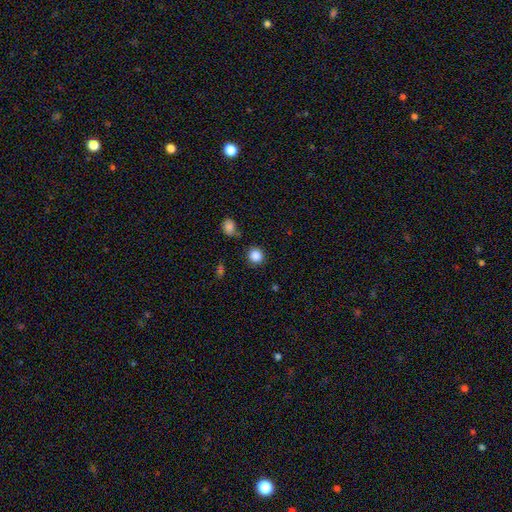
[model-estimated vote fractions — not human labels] A smooth galaxy with no disk features (86%) that is round (90%). Merging: none (83%).